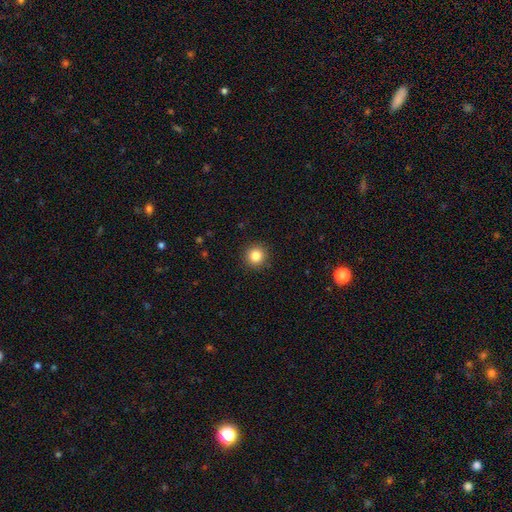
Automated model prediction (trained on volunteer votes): smooth 85%, star or artifact 11%, featured or disk 5%. Down the decision tree: how rounded — round (94%); merging — none (92%).